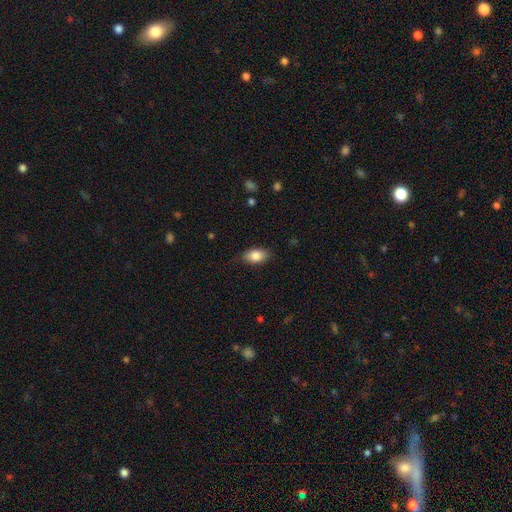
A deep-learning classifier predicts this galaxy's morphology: type=smooth (85%); roundness=in between (90%); merging=none (82%).